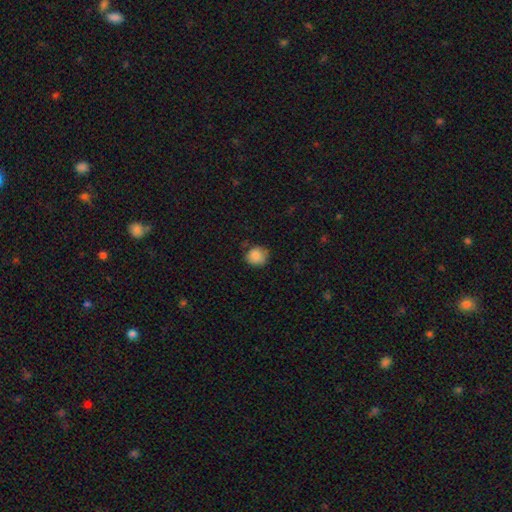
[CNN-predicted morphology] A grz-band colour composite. It shows a smooth galaxy with no disk features (86%) that is round (83%). Merging: none (74%).